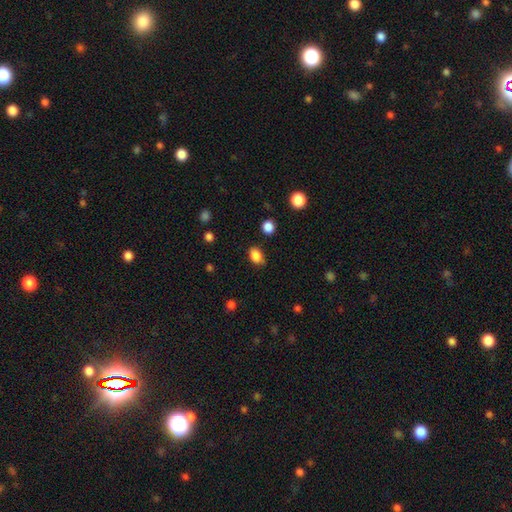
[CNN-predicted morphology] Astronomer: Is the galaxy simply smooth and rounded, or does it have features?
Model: smooth — 86%.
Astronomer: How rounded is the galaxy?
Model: in between — 80%.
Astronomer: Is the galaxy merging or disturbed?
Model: none — 76%.